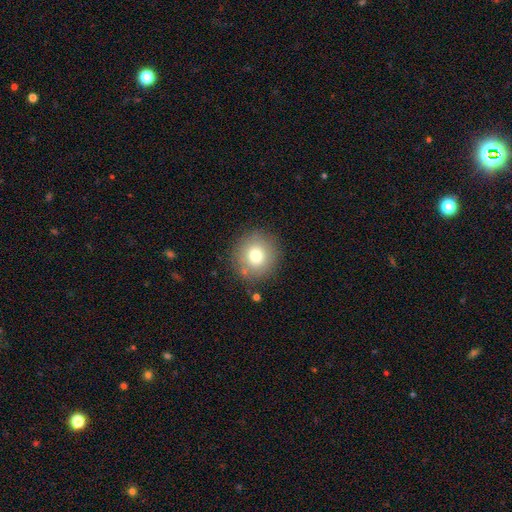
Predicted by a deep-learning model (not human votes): Smooth or featured?
  - smooth: 75% *
  - featured or disk: 13%
  - star or artifact: 12%
How rounded?
  - round: 90% *
  - in between: 9%
  - cigar-shaped: 1%
Merging?
  - none: 85% *
  - minor disturbance: 9%
  - major disturbance: 3%
  - merger: 2%